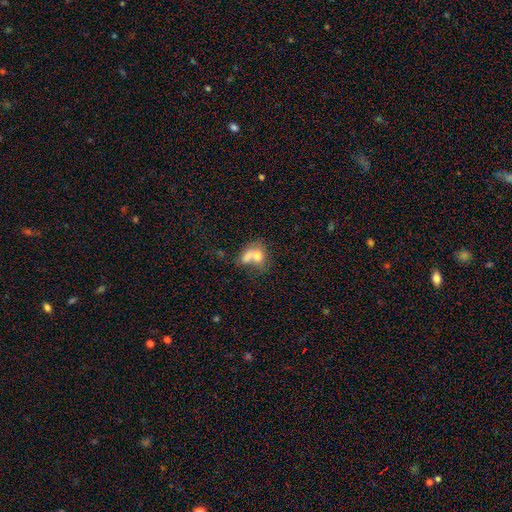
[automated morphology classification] smooth 69%, featured or disk 22%, star or artifact 10%. Down the decision tree: how rounded — in between (60%); merging — merger (62%).